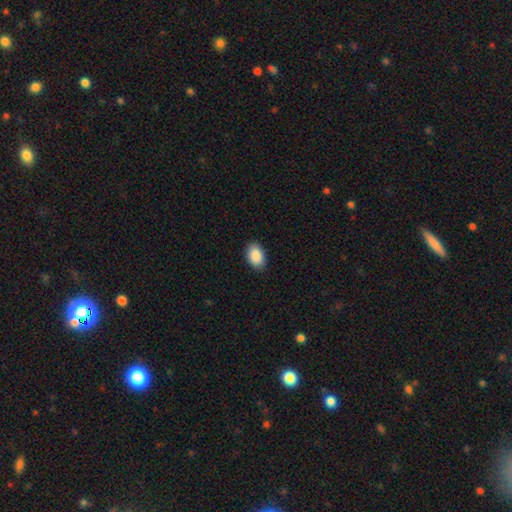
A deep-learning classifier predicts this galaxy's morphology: type=smooth (90%); roundness=in between (89%); merging=none (87%).